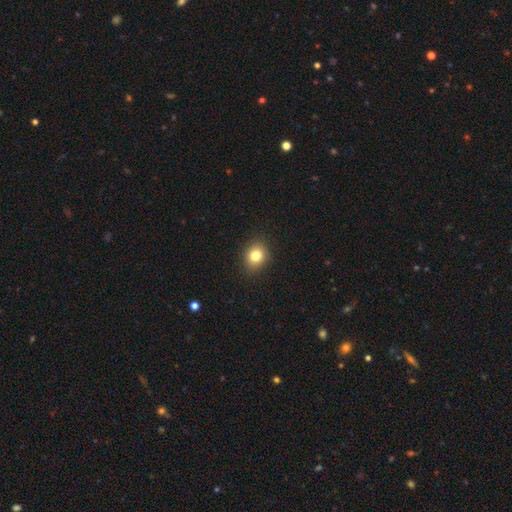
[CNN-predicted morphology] smooth_or_featured: smooth (p=0.81) [alt: star or artifact p=0.11]
how_rounded: round (p=0.61) [alt: in between p=0.38]
merging: none (p=0.89) [alt: minor disturbance p=0.08]